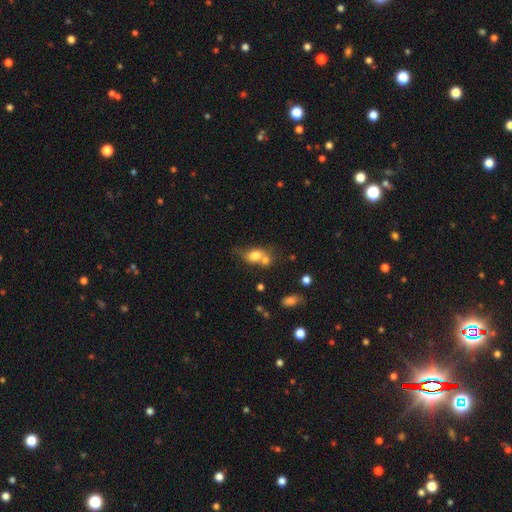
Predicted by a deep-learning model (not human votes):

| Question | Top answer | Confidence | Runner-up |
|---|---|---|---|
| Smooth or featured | smooth | 73% | featured or disk (16%) |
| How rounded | in between | 60% | round (36%) |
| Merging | merger | 51% | none (27%) |